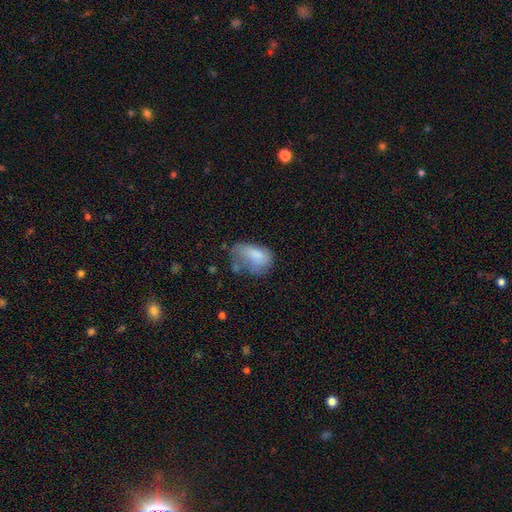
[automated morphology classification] smooth_or_featured: smooth (p=0.73) [alt: featured or disk p=0.18]
how_rounded: in between (p=0.87) [alt: round p=0.11]
merging: major disturbance (p=0.34) [alt: minor disturbance p=0.32]